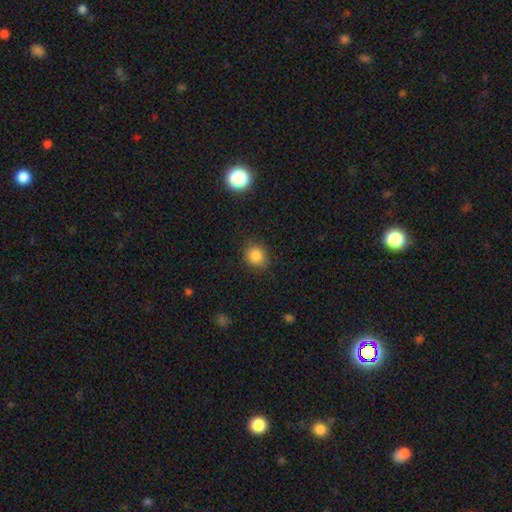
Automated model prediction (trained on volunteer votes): The model was most divided on "how rounded": round: 73%, in between: 26%, cigar-shaped: 1%. More confident: merging — none (86%); smooth or featured — smooth (85%).